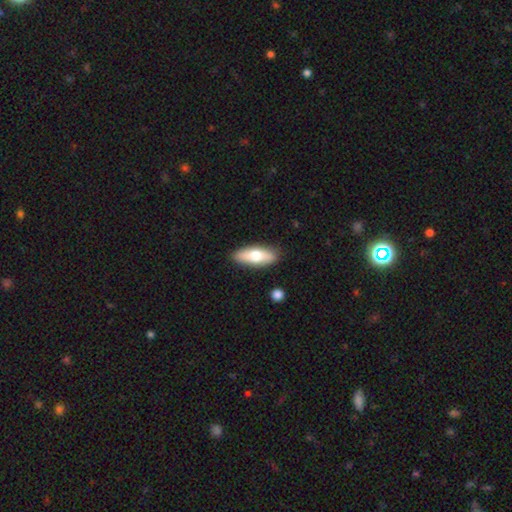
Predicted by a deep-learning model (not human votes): This appears to be a smooth galaxy with no disk features (65%) that is in between round and cigar-shaped (65%). Merging: none (88%).